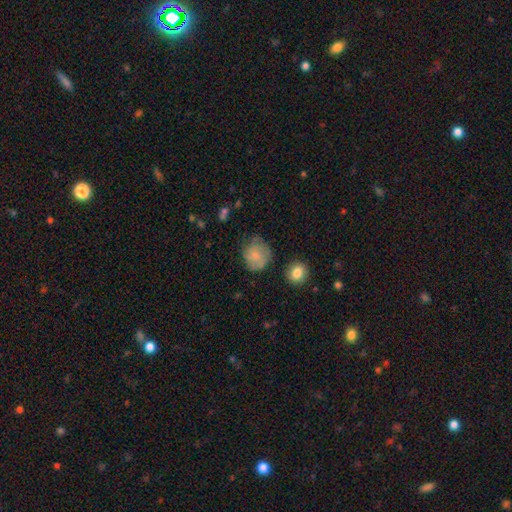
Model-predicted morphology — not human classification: Smooth or featured: smooth — 68% (featured or disk — 24%)
How rounded: round — 81% (in between — 18%)
Merging: none — 56% (minor disturbance — 28%)